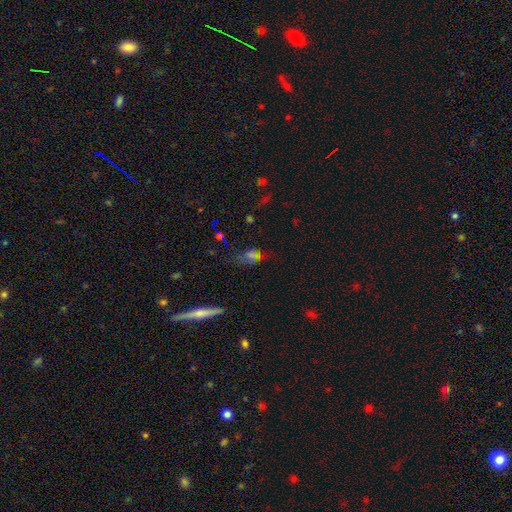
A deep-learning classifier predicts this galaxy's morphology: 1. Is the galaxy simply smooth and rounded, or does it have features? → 40% smooth, 31% featured or disk, 29% star or artifact.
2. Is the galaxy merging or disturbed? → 63% none, 20% minor disturbance, 11% major disturbance, 6% merger.